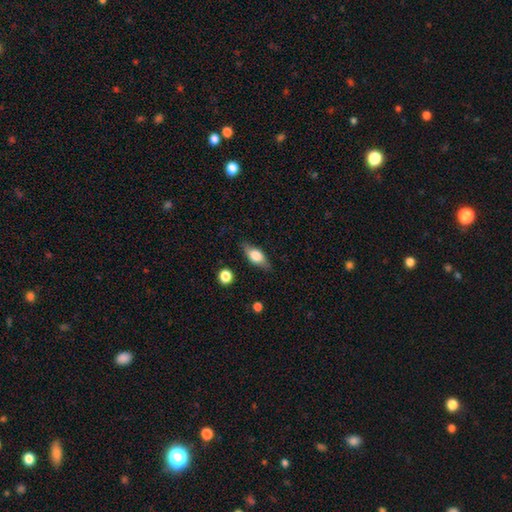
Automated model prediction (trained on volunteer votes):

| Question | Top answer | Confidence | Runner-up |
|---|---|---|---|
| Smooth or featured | smooth | 61% | featured or disk (32%) |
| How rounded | in between | 77% | cigar-shaped (18%) |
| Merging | none | 79% | minor disturbance (15%) |